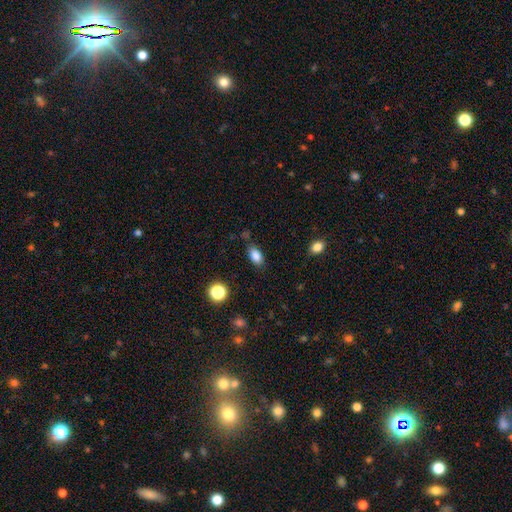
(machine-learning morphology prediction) Overall: smooth (85%). How rounded: in between (88%). Merging: none (79%).